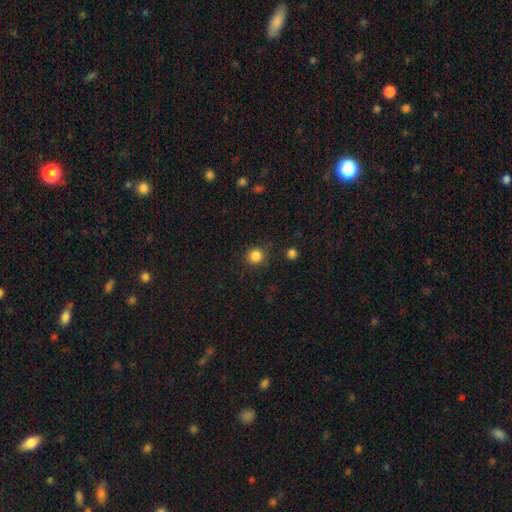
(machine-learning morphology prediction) smooth_or_featured: smooth (p=0.85) [alt: star or artifact p=0.12]
how_rounded: round (p=0.93) [alt: in between p=0.06]
merging: none (p=0.87) [alt: minor disturbance p=0.08]